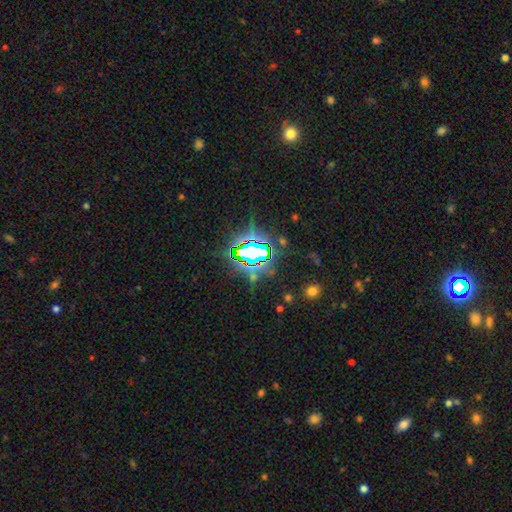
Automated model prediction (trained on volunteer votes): The model was most divided on "smooth or featured": star or artifact: 74%, smooth: 14%, featured or disk: 12%.